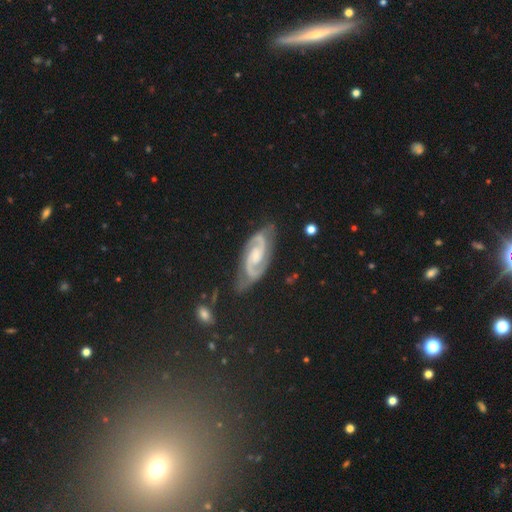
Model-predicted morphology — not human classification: The model was most divided on "bar": no: 44%, weak: 43%, strong: 14%. Remaining: spiral arms — yes (98%); edge-on disk — no (97%); spiral arm count — 2 (93%); smooth or featured — featured or disk (90%); merging — none (75%); spiral winding — medium (53%); bulge size — moderate (42%).